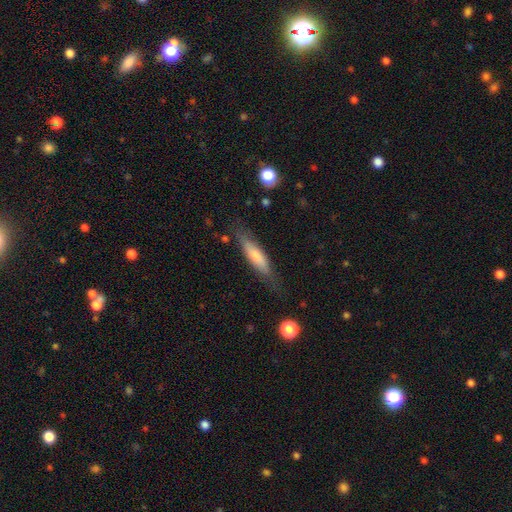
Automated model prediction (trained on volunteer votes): This is possibly a smooth galaxy (59%). How rounded: likely cigar-shaped (78%). Merging: likely none (76%).